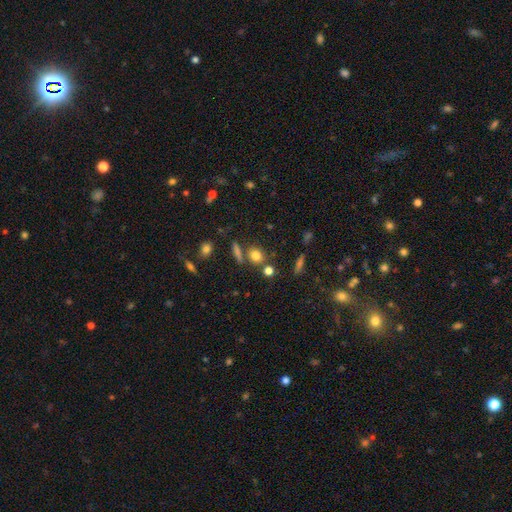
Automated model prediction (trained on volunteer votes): Smooth or featured? smooth (77%)
How rounded? round (71%)
Merging? none (70%)